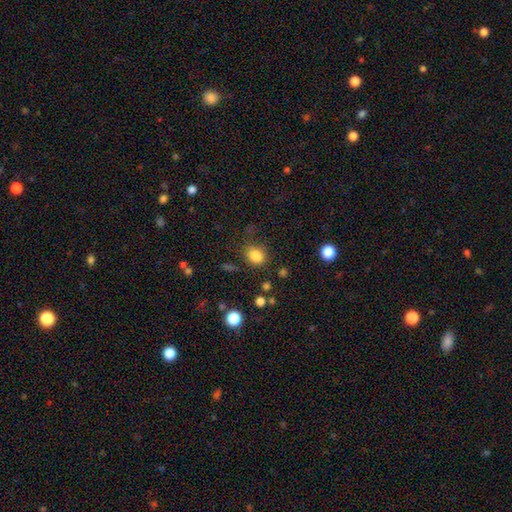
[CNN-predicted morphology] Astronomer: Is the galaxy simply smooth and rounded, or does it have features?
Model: smooth — 83%.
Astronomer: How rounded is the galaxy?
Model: round — 54% (runner-up: in between, 45%).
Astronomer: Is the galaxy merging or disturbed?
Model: none — 74%.